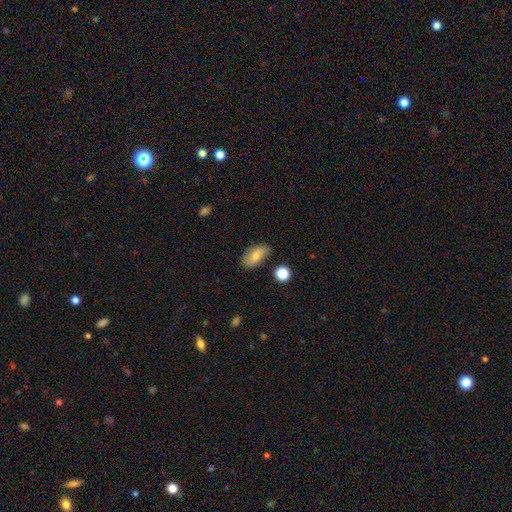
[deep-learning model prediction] smooth 72%, featured or disk 20%, star or artifact 8%. Down the decision tree: how rounded — in between (91%); merging — none (76%).